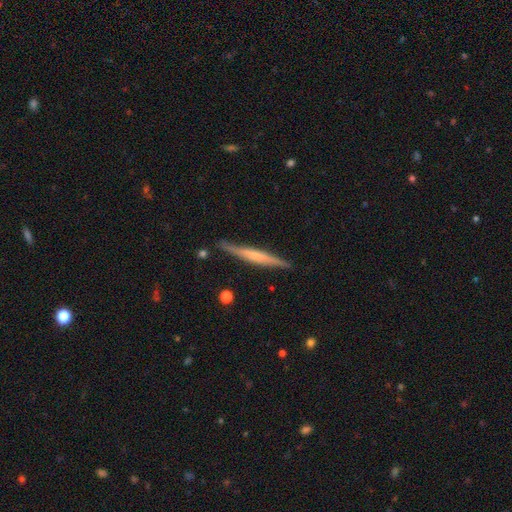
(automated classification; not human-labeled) Smooth or featured? featured or disk (58%)
Edge-on disk? yes (96%)
Edge-on bulge? none (47%)
Merging? none (85%)